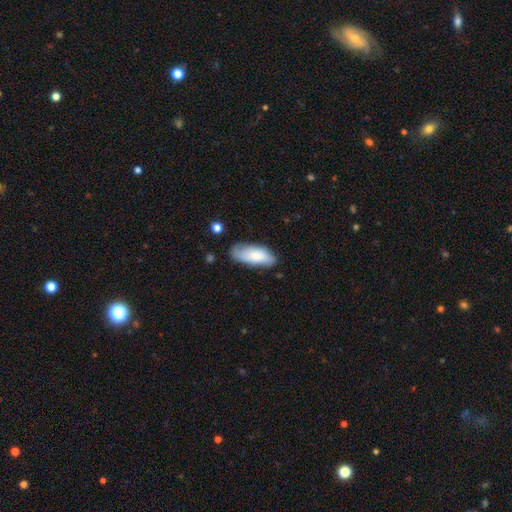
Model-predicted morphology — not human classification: This appears to be a smooth galaxy with no disk features (73%) that is in between round and cigar-shaped (82%). Merging: none (68%).